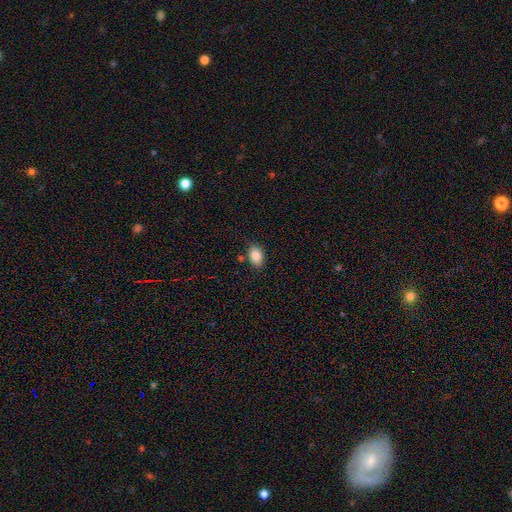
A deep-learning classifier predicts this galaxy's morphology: Smooth or featured? smooth (88%)
How rounded? in between (86%)
Merging? none (81%)